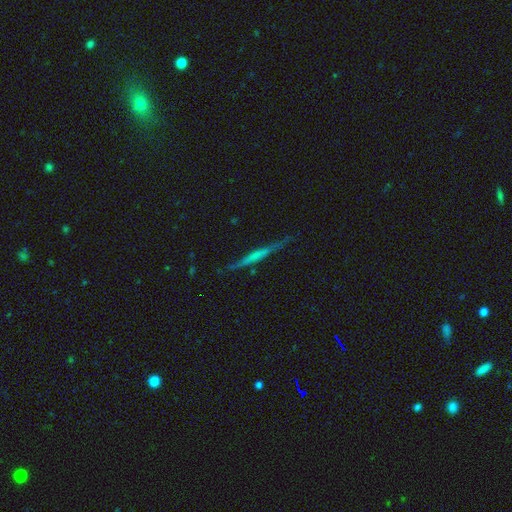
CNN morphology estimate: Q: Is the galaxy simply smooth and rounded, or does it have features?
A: featured or disk — 61%.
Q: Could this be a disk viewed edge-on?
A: yes — 96%.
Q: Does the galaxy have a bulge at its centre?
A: none — 62%.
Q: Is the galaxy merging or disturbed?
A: none — 80%.